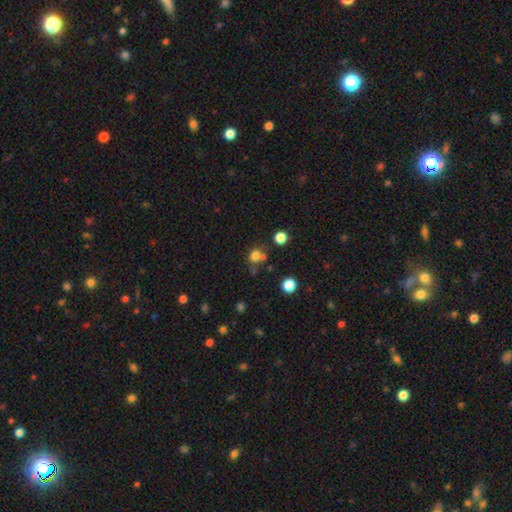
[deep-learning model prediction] Smooth or featured?
  - smooth: 73% *
  - star or artifact: 18%
  - featured or disk: 9%
How rounded?
  - round: 75% *
  - in between: 24%
  - cigar-shaped: 1%
Merging?
  - none: 54% *
  - merger: 28%
  - minor disturbance: 12%
  - major disturbance: 6%